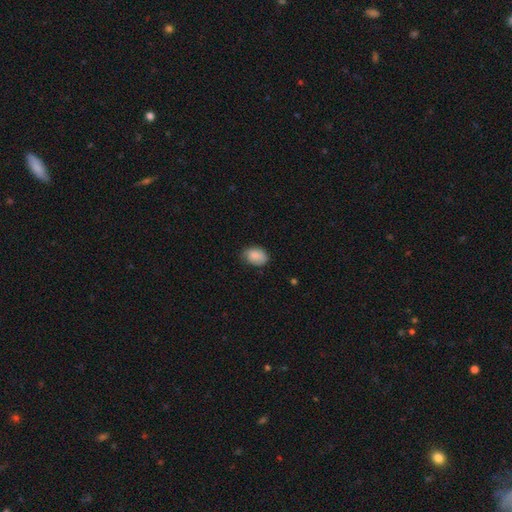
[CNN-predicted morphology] Smooth or featured? smooth (87%)
How rounded? in between (79%)
Merging? none (68%)